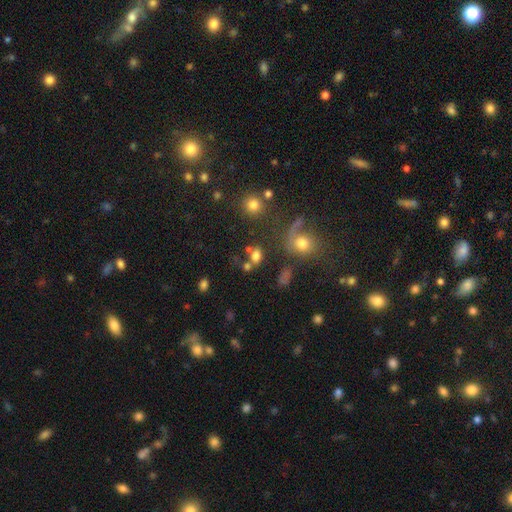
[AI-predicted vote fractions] Q: Smooth or featured?
A: smooth (73%); runner-up: star or artifact (15%)
Q: How rounded?
A: in between (61%); runner-up: round (37%)
Q: Merging?
A: none (50%); runner-up: merger (29%)